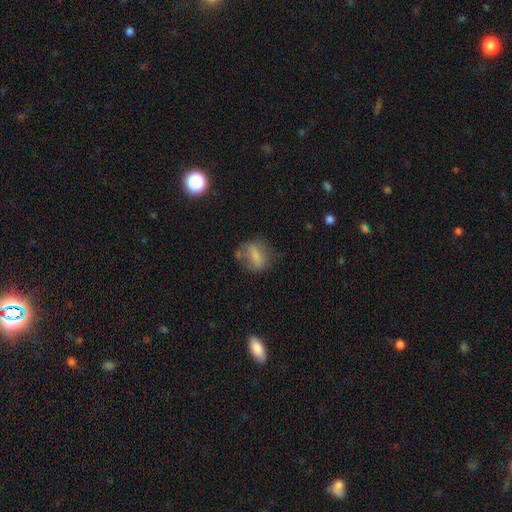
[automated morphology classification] Smooth or featured?
  - smooth: 60% *
  - featured or disk: 28%
  - star or artifact: 12%
How rounded?
  - in between: 59% *
  - round: 31%
  - cigar-shaped: 10%
Merging?
  - none: 53% *
  - minor disturbance: 25%
  - major disturbance: 17%
  - merger: 6%